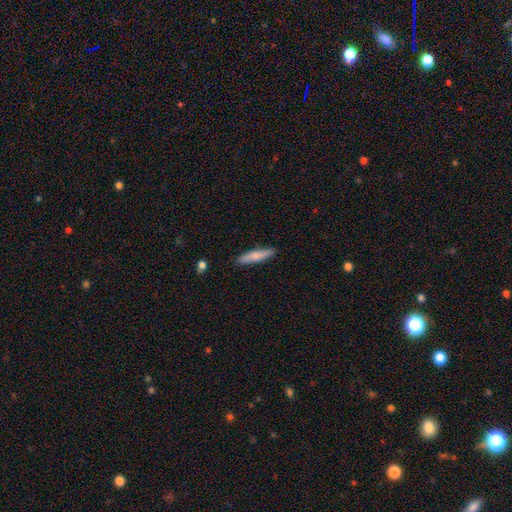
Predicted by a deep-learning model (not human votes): A smooth galaxy with no disk features (71%) that is cigar-shaped (85%). Merging: none (88%).